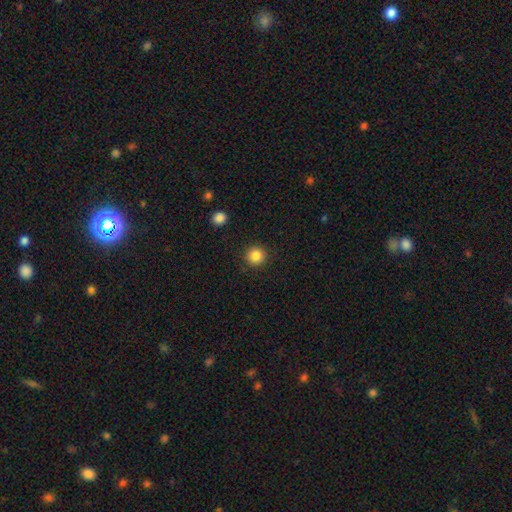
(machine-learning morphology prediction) This is clearly a smooth galaxy (86%). How rounded: clearly round (94%). Merging: clearly none (91%).